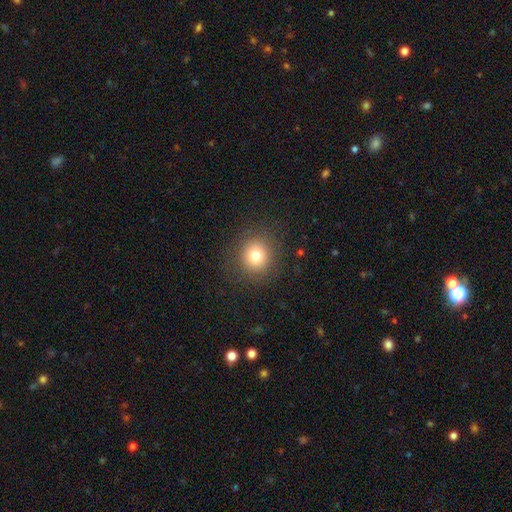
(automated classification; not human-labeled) Smooth or featured? smooth (76%)
How rounded? round (90%)
Merging? none (88%)